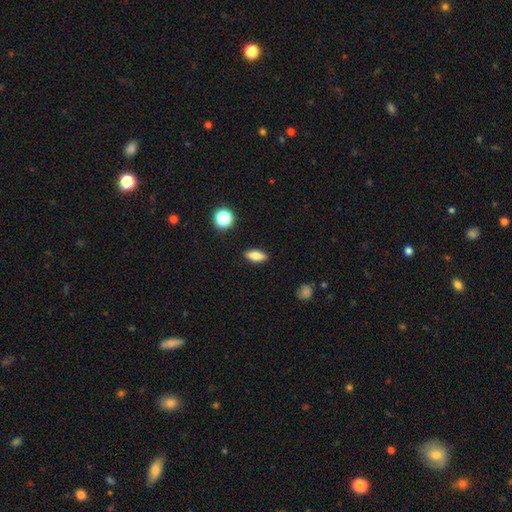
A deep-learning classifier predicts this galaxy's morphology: Smooth or featured? smooth (76%)
How rounded? in between (73%)
Merging? none (89%)